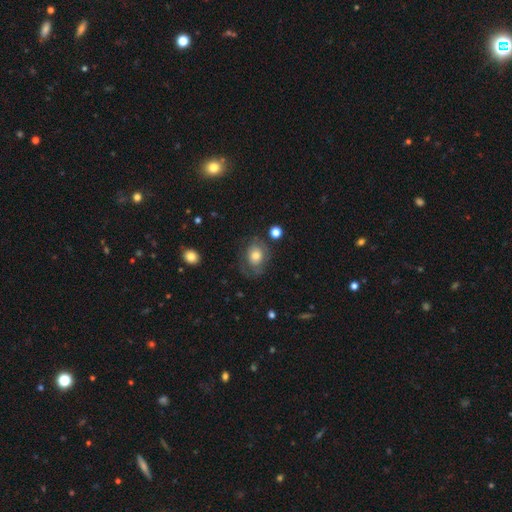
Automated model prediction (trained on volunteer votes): Smooth or featured? smooth (59%)
How rounded? in between (53%)
Merging? none (62%)